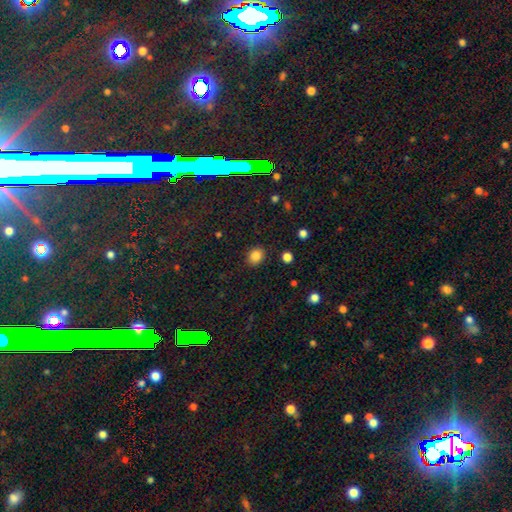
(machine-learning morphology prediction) Smooth or featured? Predicted: smooth (p=0.85). How rounded? Predicted: round (p=0.63). Merging? Predicted: none (p=0.87).